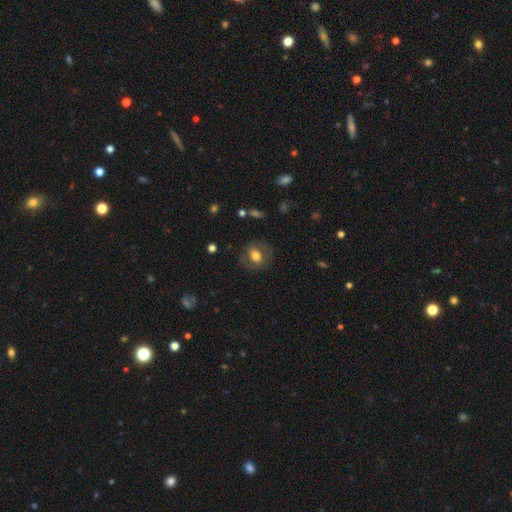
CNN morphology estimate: The model was most divided on "how rounded": round: 57%, in between: 42%, cigar-shaped: 1%. More confident: merging — none (78%); smooth or featured — smooth (60%).